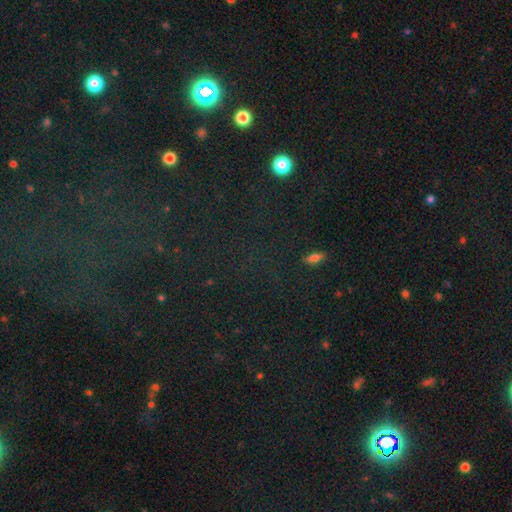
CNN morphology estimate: Q: Smooth or featured?
A: star or artifact (74%); runner-up: smooth (17%)